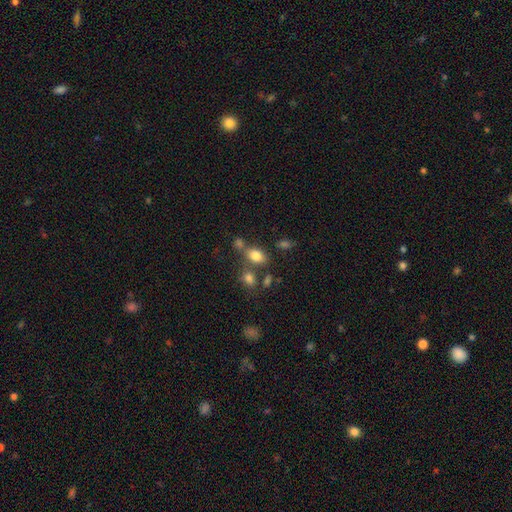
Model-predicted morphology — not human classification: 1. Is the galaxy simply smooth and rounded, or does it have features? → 80% smooth, 12% star or artifact, 8% featured or disk.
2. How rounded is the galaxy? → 78% in between, 21% round, 2% cigar-shaped.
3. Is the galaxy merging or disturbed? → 59% none, 22% merger, 14% minor disturbance, 6% major disturbance.